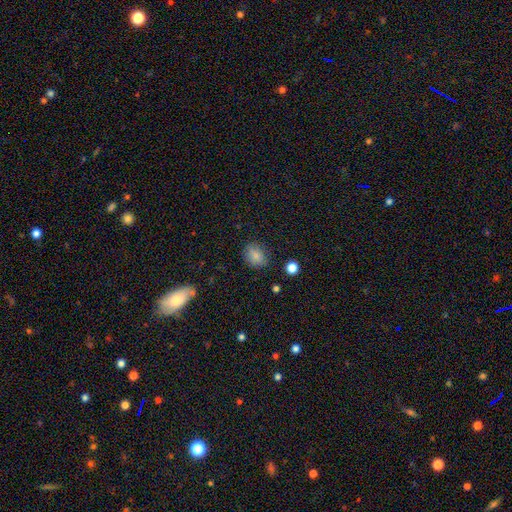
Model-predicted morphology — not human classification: This is clearly a smooth galaxy (83%). How rounded: possibly in between (53%). Merging: likely none (79%).